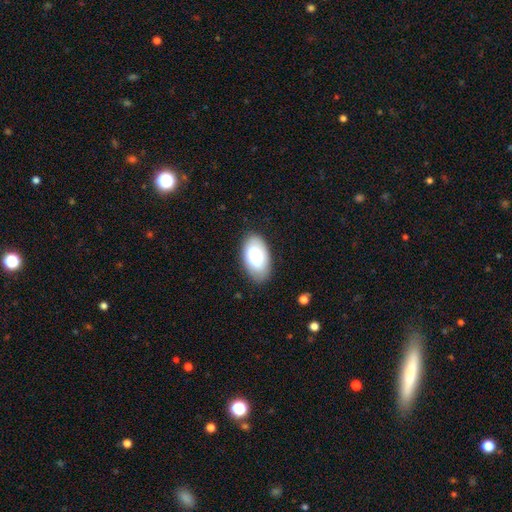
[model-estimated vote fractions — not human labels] Smooth or featured? Predicted: smooth (p=0.71). How rounded? Predicted: in between (p=0.94). Merging? Predicted: none (p=0.80).